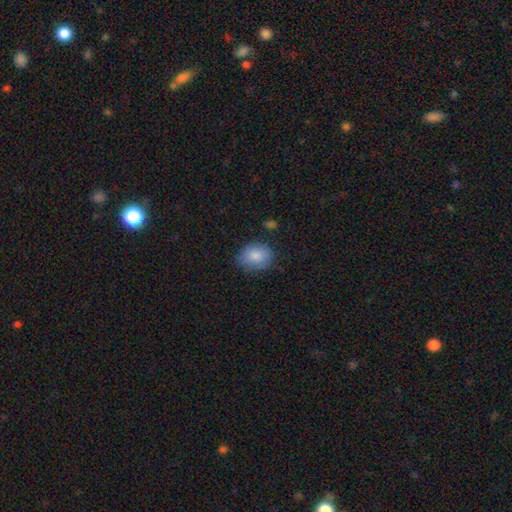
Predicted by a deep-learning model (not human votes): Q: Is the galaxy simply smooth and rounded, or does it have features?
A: smooth — 85%.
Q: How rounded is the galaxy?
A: in between — 59%.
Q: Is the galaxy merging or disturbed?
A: none — 74%.